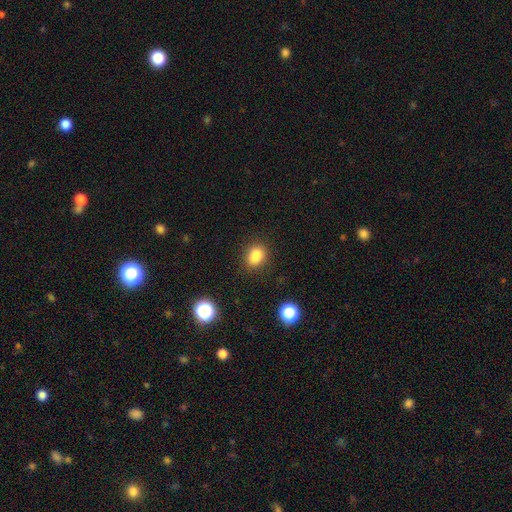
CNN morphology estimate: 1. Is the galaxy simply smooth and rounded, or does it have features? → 85% smooth, 11% star or artifact, 4% featured or disk.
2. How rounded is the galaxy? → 59% in between, 40% round, 1% cigar-shaped.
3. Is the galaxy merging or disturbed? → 84% none, 11% minor disturbance, 3% major disturbance, 2% merger.